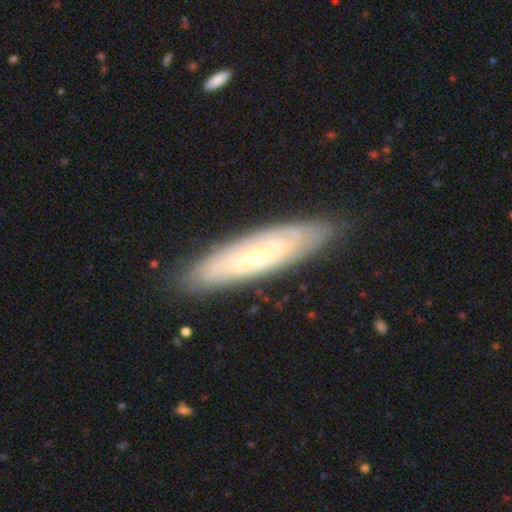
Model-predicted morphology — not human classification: This appears to be a featured or disk galaxy (73%) with no bar (69%), spiral arms (81%) and a small central bulge (74%). Merging: none (84%).